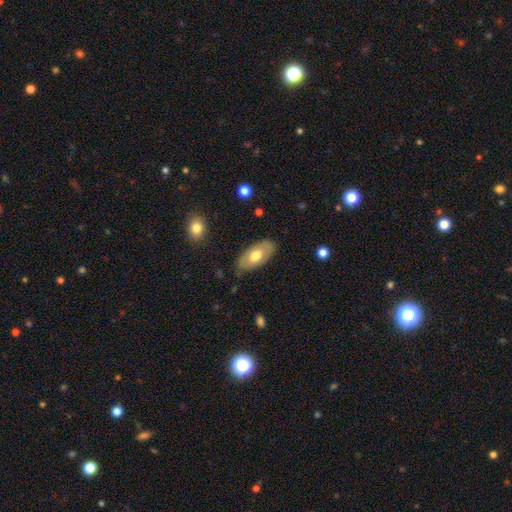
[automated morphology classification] type=smooth (64%); roundness=in between (93%); merging=none (81%).